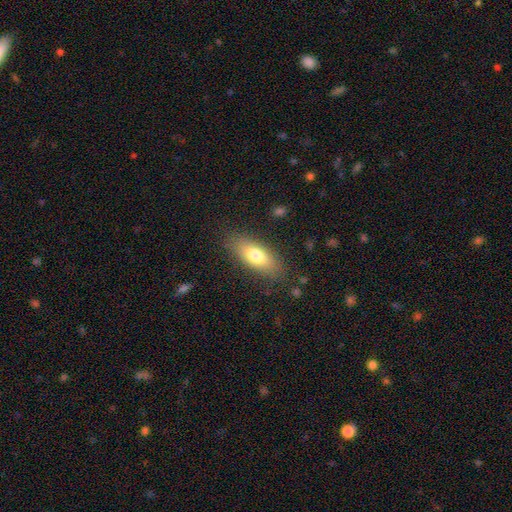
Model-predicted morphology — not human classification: Overall: smooth (73%). How rounded: in between (76%). Merging: none (83%).